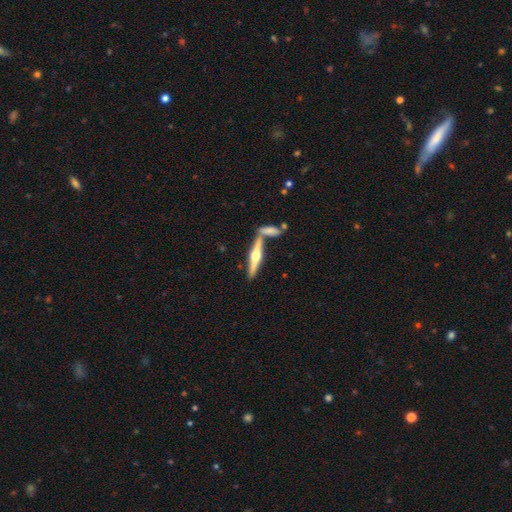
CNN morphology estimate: A featured or disk galaxy (69%) viewed edge-on (97%) with a rounded central bulge (95%). Merging: none (66%).